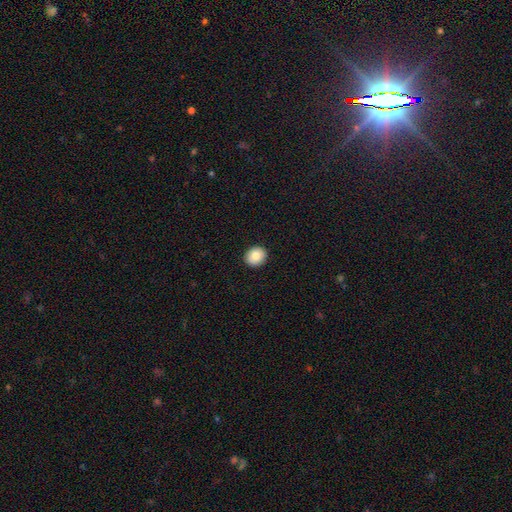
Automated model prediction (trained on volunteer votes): Overall: smooth (82%). How rounded: round (83%). Merging: none (92%).